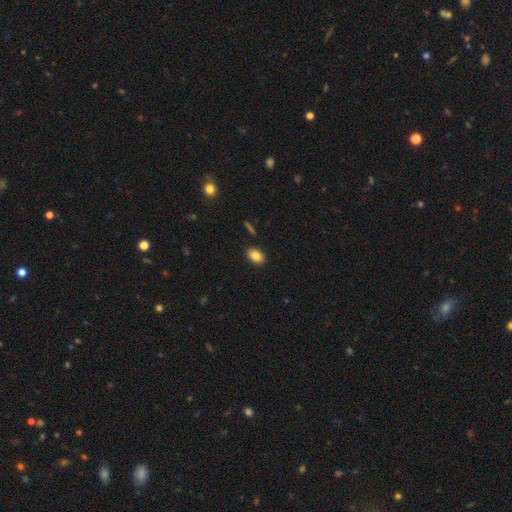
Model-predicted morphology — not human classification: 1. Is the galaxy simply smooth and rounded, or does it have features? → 84% smooth, 8% star or artifact, 7% featured or disk.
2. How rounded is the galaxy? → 85% in between, 13% round, 1% cigar-shaped.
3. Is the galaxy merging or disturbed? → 89% none, 8% minor disturbance, 2% major disturbance, 2% merger.